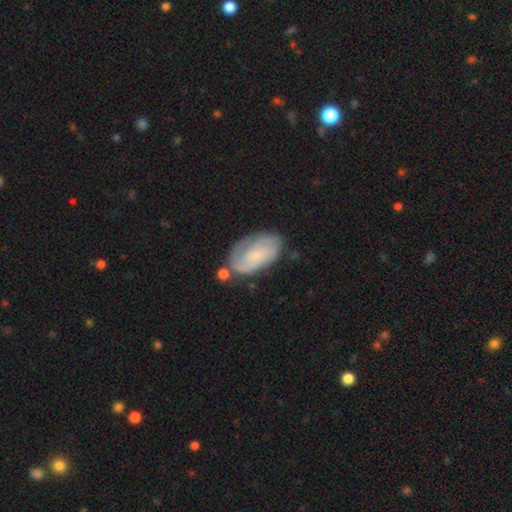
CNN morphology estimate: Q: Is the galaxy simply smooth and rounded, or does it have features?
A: featured or disk — 70%.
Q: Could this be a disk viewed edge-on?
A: no — 96%.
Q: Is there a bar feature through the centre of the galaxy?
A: no — 70%.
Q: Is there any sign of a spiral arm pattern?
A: yes — 90%.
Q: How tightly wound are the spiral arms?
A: tight — 63%.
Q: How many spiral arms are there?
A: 2 — 39%.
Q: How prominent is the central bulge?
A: small — 78%.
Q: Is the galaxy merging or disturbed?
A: none — 61%.